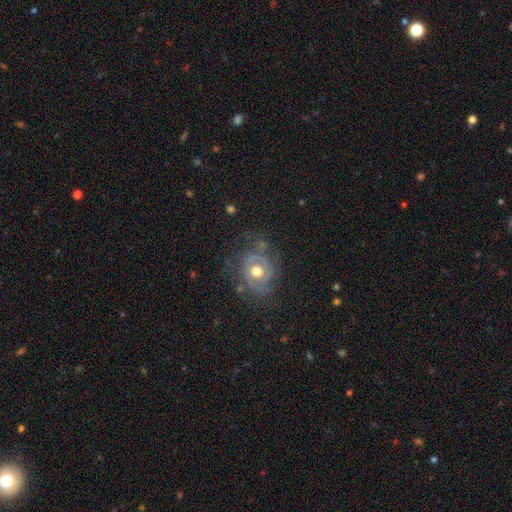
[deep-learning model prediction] Smooth or featured? featured or disk (73%)
Edge-on disk? no (97%)
Bar? no (74%)
Spiral arms? yes (83%)
Spiral winding? tight (56%)
Spiral arm count? 2 (36%)
Bulge size? moderate (74%)
Merging? none (69%)